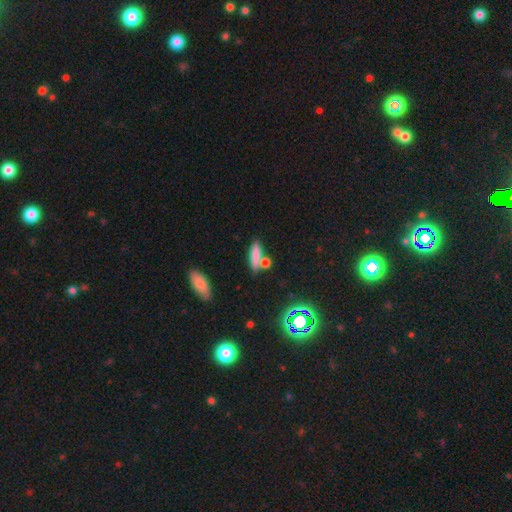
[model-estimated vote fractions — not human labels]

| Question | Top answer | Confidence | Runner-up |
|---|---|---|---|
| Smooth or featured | smooth | 75% | featured or disk (14%) |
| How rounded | cigar-shaped | 62% | in between (33%) |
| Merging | none | 59% | merger (23%) |